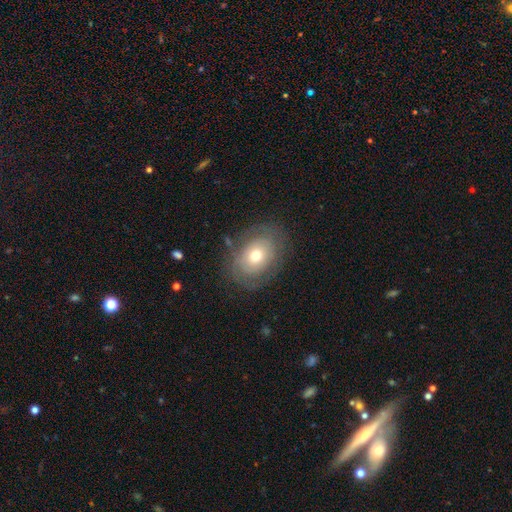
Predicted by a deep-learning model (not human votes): Smooth or featured? Predicted: smooth (p=0.56). How rounded? Predicted: in between (p=0.65). Merging? Predicted: none (p=0.75).